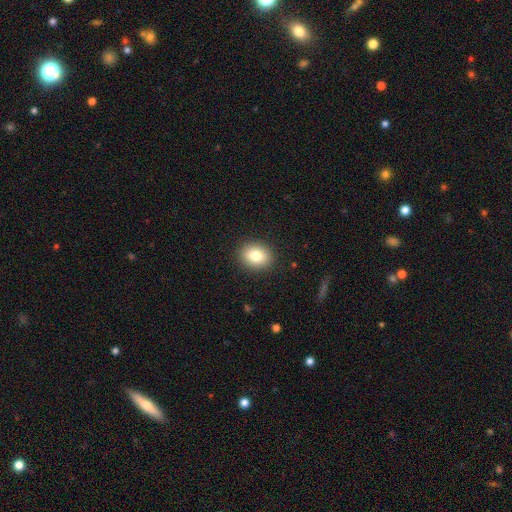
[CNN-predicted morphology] smooth_or_featured: smooth (p=0.81) [alt: featured or disk p=0.09]
how_rounded: round (p=0.53) [alt: in between p=0.46]
merging: none (p=0.90) [alt: minor disturbance p=0.07]